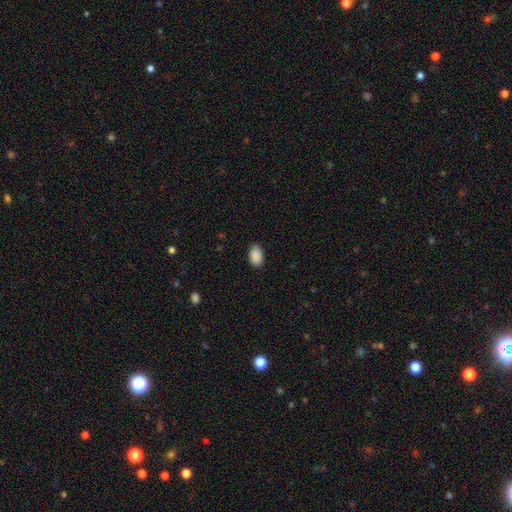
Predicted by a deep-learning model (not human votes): This is clearly a smooth galaxy (91%). How rounded: clearly in between (91%). Merging: clearly none (86%).